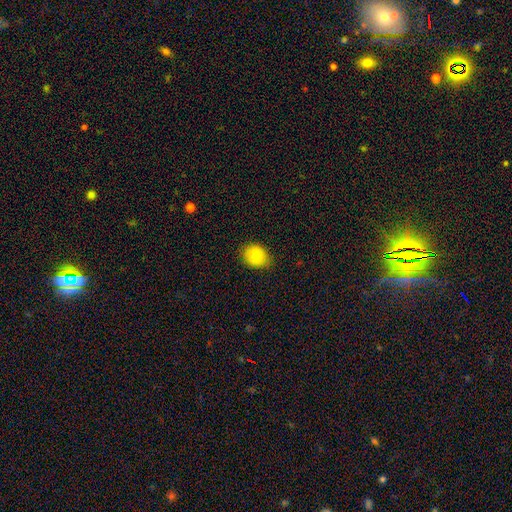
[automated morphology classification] Overall: smooth (84%). How rounded: round (51%; in between 48%). Merging: none (81%).